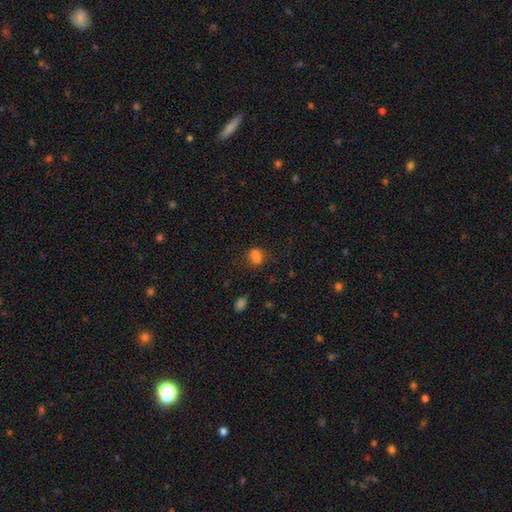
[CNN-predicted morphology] The model was most divided on "how rounded": round: 50%, in between: 47%, cigar-shaped: 3%. Remaining: smooth or featured — smooth (73%); merging — none (48%).